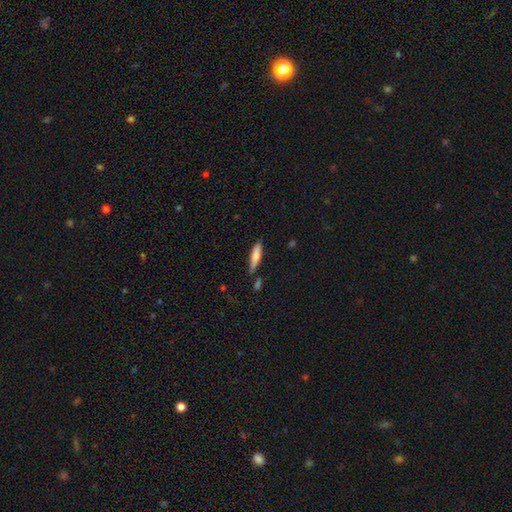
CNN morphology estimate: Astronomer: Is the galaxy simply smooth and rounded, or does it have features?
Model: smooth — 72%.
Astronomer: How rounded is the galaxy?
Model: cigar-shaped — 76%.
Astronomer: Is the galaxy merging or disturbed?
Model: none — 73%.